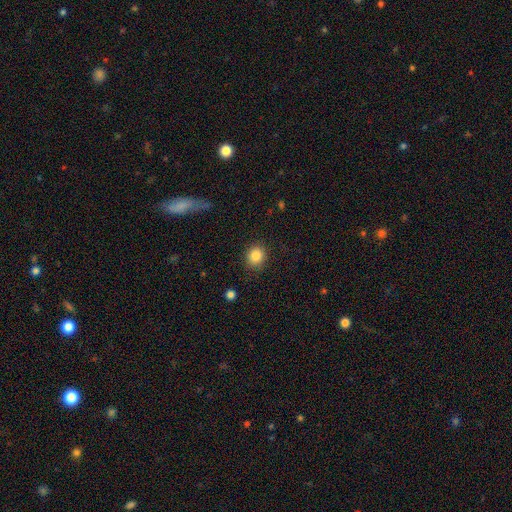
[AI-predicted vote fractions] Smooth or featured?
  - smooth: 85% *
  - star or artifact: 10%
  - featured or disk: 5%
How rounded?
  - round: 72% *
  - in between: 27%
  - cigar-shaped: 1%
Merging?
  - none: 87% *
  - minor disturbance: 9%
  - major disturbance: 3%
  - merger: 1%